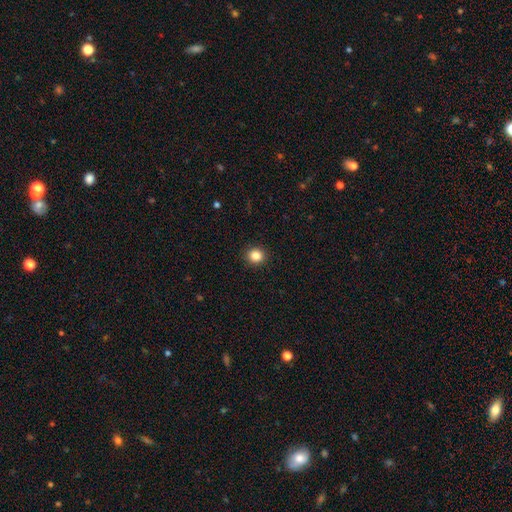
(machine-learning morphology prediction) A smooth galaxy with no disk features (85%) that is round (88%). Merging: none (92%).